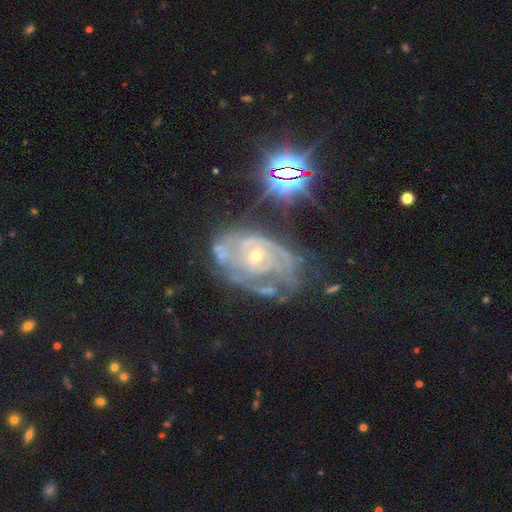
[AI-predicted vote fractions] featured or disk 79%, star or artifact 14%, smooth 8%. Down the decision tree: edge-on disk — no (96%); bar — no (75%); spiral arms — yes (86%); spiral arm count — can't tell (44%); spiral winding — tight (63%); bulge size — small (68%); merging — none (53%).